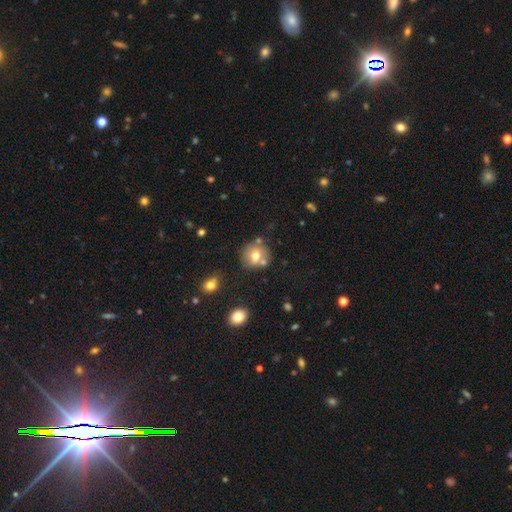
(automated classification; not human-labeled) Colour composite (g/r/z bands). It shows a smooth galaxy with no disk features (69%) that is round (84%). Merging: none (64%).